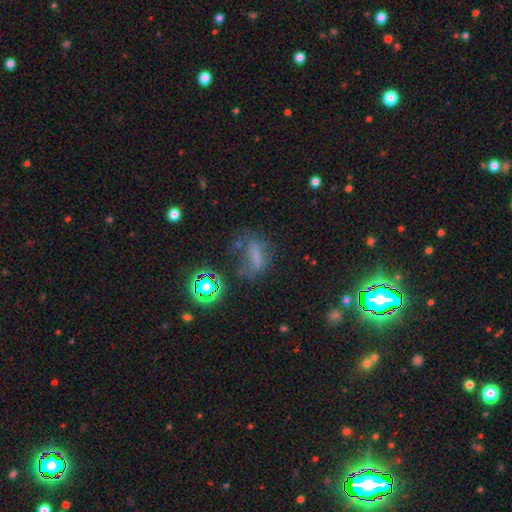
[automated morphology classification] This appears to be a smooth galaxy with no disk features (47%). Merging: none (41%).